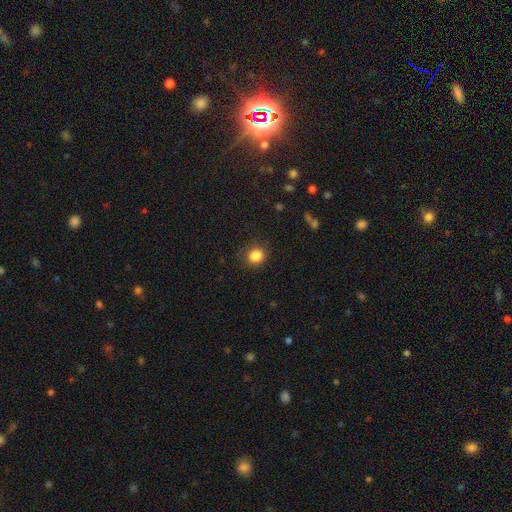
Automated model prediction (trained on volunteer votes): A smooth galaxy with no disk features (86%) that is round (79%).

Vote fractions:
- Smooth or featured? smooth: 86% / star or artifact: 10% / featured or disk: 4%
- How rounded? round: 79% / in between: 20% / cigar-shaped: 1%
- Merging? none: 79% / minor disturbance: 14% / major disturbance: 5% / merger: 1%